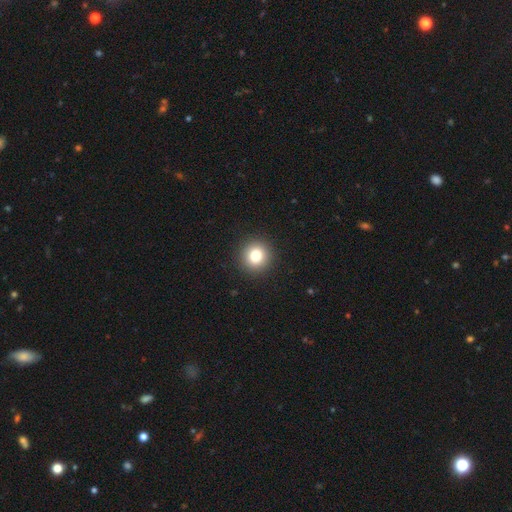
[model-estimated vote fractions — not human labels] Smooth or featured?
  - smooth: 80% *
  - star or artifact: 11%
  - featured or disk: 8%
How rounded?
  - round: 92% *
  - in between: 8%
  - cigar-shaped: 1%
Merging?
  - none: 93% *
  - minor disturbance: 5%
  - major disturbance: 2%
  - merger: 1%